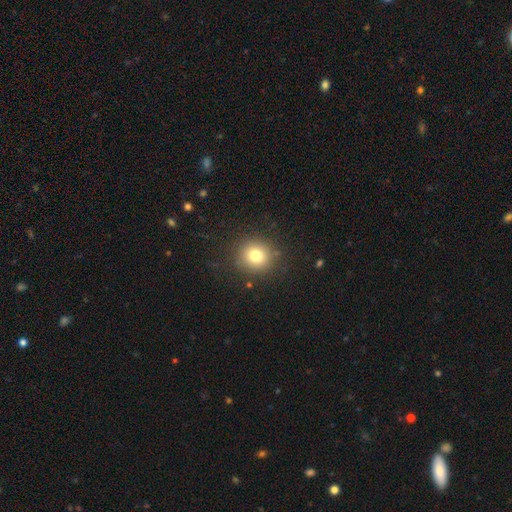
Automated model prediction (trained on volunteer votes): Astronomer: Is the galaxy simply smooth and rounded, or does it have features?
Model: smooth — 78%.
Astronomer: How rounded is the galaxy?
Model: round — 89%.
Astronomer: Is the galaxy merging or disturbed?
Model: none — 87%.